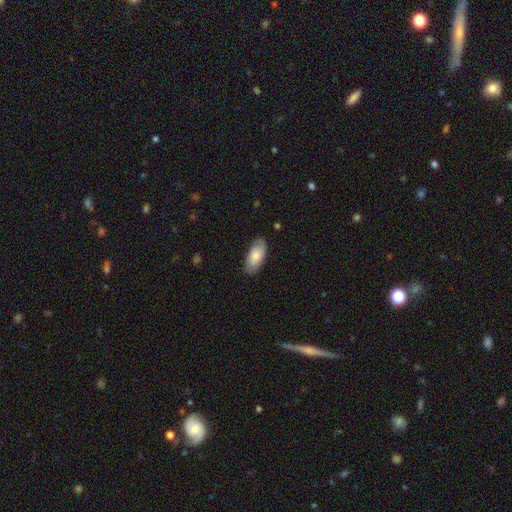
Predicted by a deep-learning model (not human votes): smooth_or_featured: smooth (p=0.71) [alt: featured or disk p=0.23]
how_rounded: in between (p=0.90) [alt: cigar-shaped p=0.07]
merging: none (p=0.82) [alt: minor disturbance p=0.14]